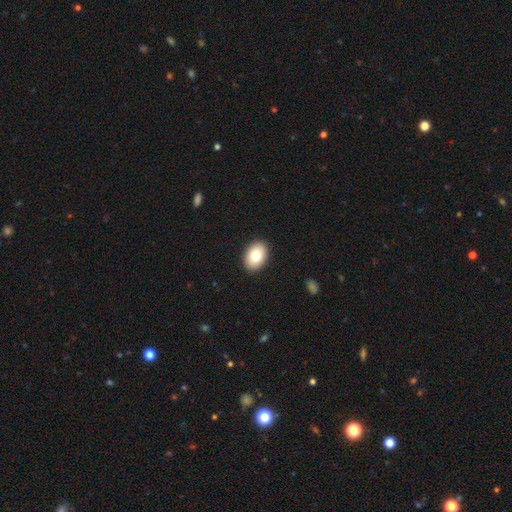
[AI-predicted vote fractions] smooth-or-featured: smooth: 79% | featured or disk: 13% | star or artifact: 8%
  how-rounded: in between: 82% | round: 17% | cigar-shaped: 1%
  merging: none: 90% | minor disturbance: 7% | major disturbance: 2% | merger: 1%